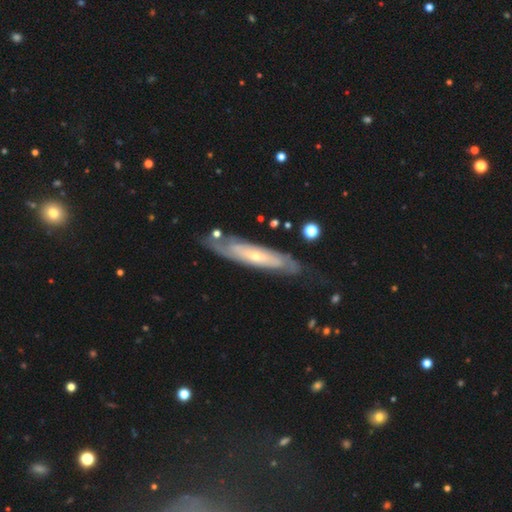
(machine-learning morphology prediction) featured or disk 74%, smooth 21%, star or artifact 5%. Down the decision tree: edge-on disk — no (66%); merging — none (73%).